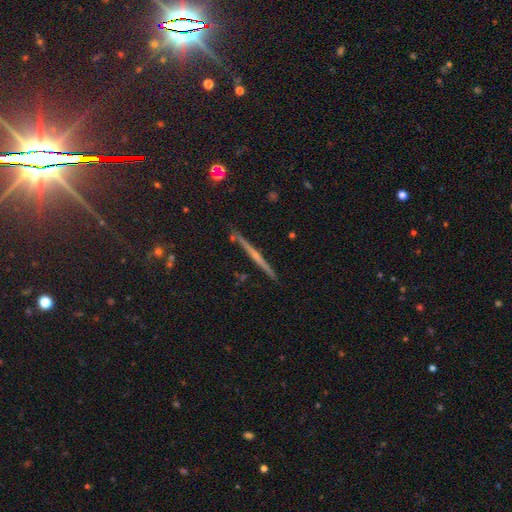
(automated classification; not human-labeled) Smooth or featured? Predicted: featured or disk (p=0.68). Edge-on disk? Predicted: yes (p=0.98). Edge-on bulge? Predicted: none (p=0.52). Merging? Predicted: none (p=0.90).